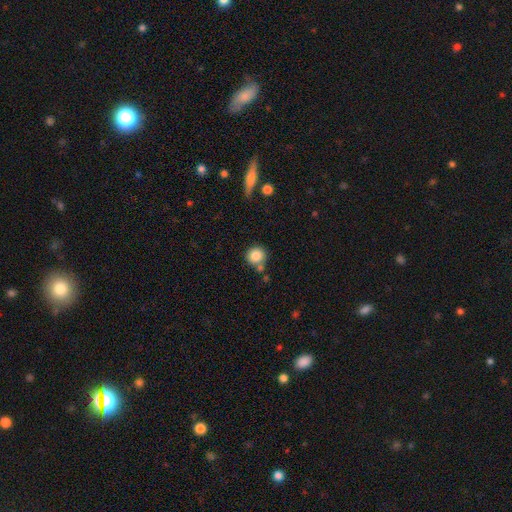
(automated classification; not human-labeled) A smooth galaxy with no disk features (84%) that is round (92%).

Vote fractions:
- Smooth or featured? smooth: 84% / star or artifact: 10% / featured or disk: 6%
- How rounded? round: 92% / in between: 7% / cigar-shaped: 1%
- Merging? none: 71% / merger: 15% / minor disturbance: 11% / major disturbance: 4%